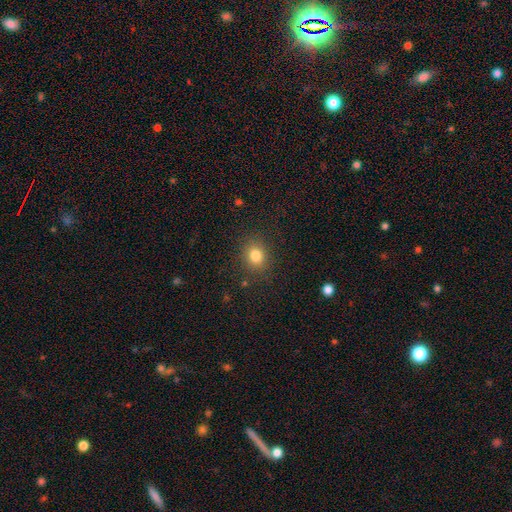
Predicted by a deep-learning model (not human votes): smooth-or-featured: smooth: 81% | star or artifact: 13% | featured or disk: 7%
  how-rounded: round: 70% | in between: 29% | cigar-shaped: 1%
  merging: none: 87% | minor disturbance: 8% | major disturbance: 3% | merger: 1%